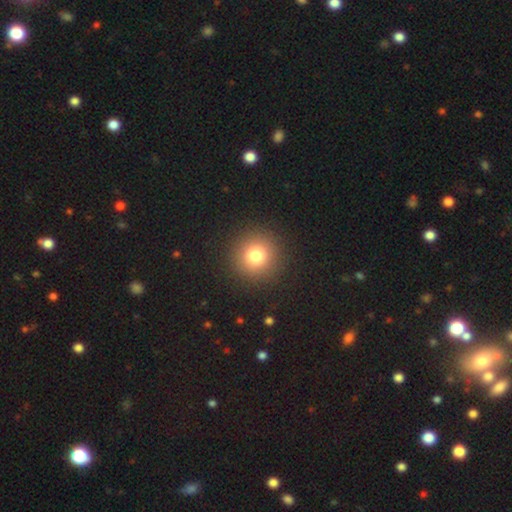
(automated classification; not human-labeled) The model was most divided on "smooth or featured": smooth: 79%, star or artifact: 13%, featured or disk: 8%. More confident: how rounded — round (95%); merging — none (92%).